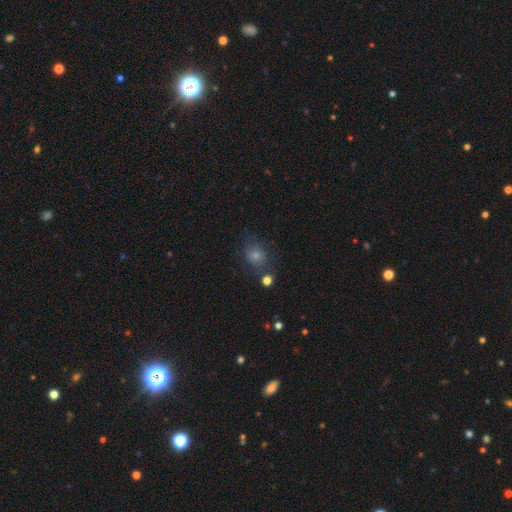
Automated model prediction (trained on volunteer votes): smooth-or-featured: smooth: 54% | star or artifact: 27% | featured or disk: 19%
  how-rounded: round: 63% | in between: 36% | cigar-shaped: 1%
  merging: none: 70% | minor disturbance: 18% | major disturbance: 8% | merger: 4%